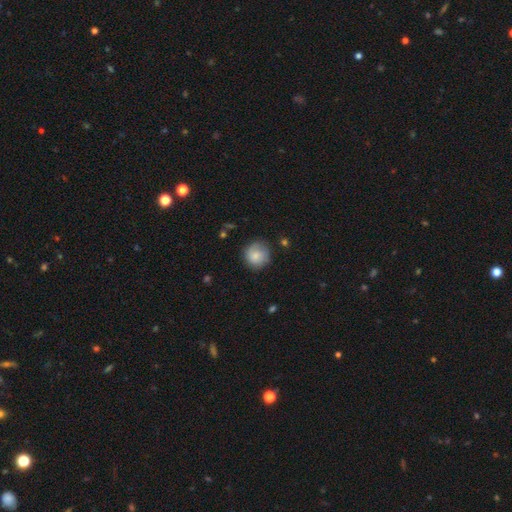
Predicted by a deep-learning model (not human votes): Overall: smooth (72%). How rounded: round (91%). Merging: none (78%).